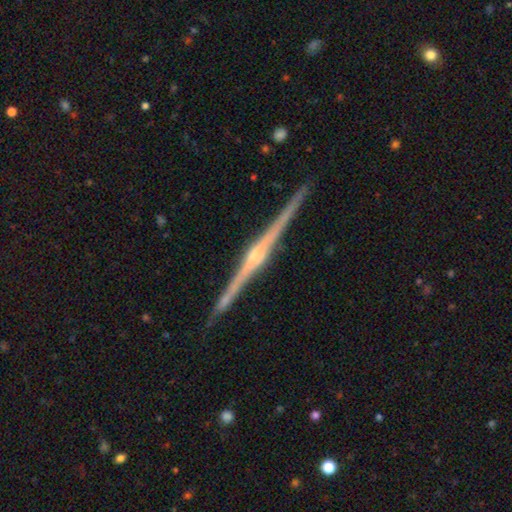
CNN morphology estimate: type=featured or disk (90%); edge-on=yes (99%); edge-on bulge=rounded (80%); merging=none (92%).